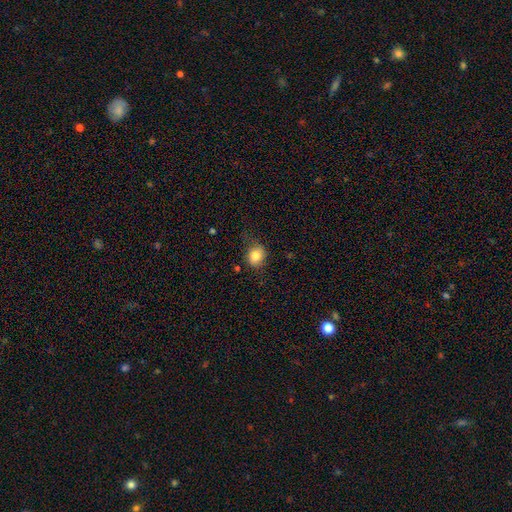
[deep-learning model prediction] This appears to be a smooth galaxy with no disk features (82%) that is round (70%). Merging: none (71%).